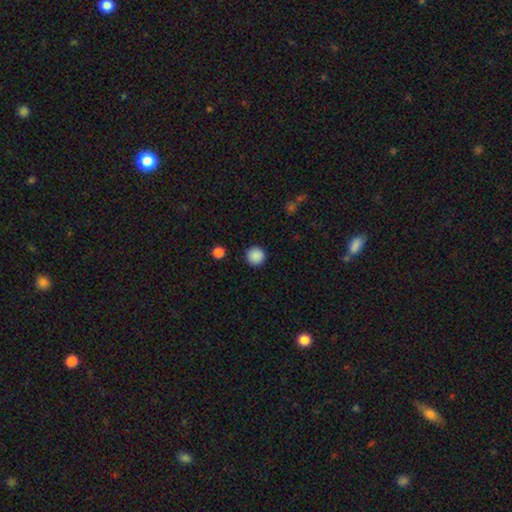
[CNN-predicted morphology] A smooth galaxy with no disk features (88%) that is round (96%). Merging: none (92%).